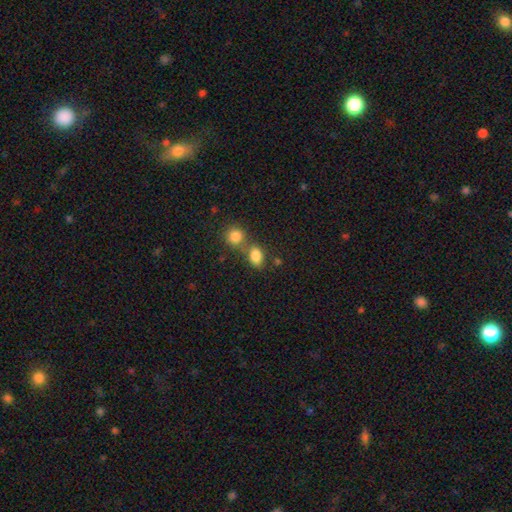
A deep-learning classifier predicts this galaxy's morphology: smooth_or_featured: smooth (p=0.84) [alt: star or artifact p=0.10]
how_rounded: in between (p=0.74) [alt: round p=0.25]
merging: none (p=0.48) [alt: merger p=0.37]